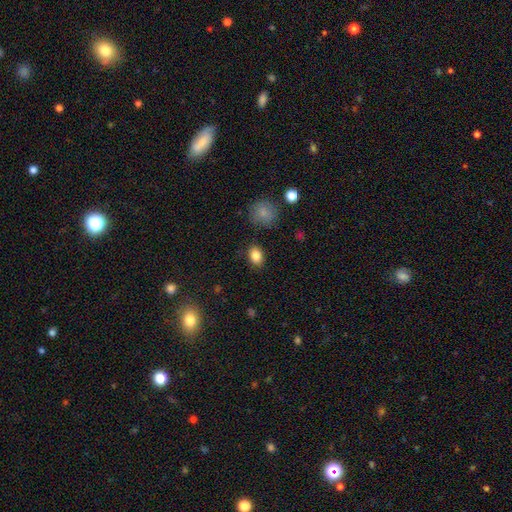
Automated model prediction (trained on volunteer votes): Smooth or featured: smooth — 85% (star or artifact — 9%)
How rounded: in between — 71% (round — 28%)
Merging: none — 86% (minor disturbance — 9%)